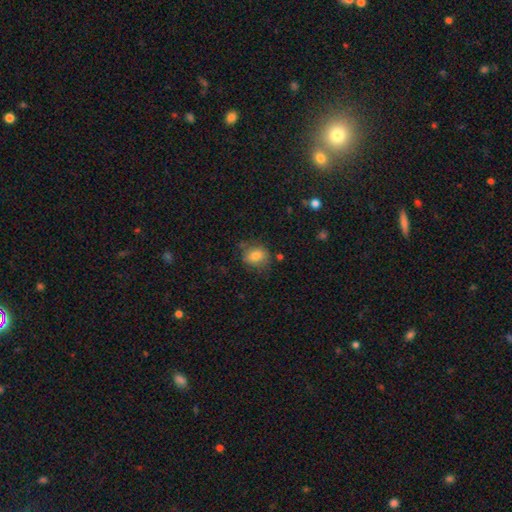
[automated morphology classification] A smooth galaxy with no disk features (78%) that is round (54%). Merging: none (70%).